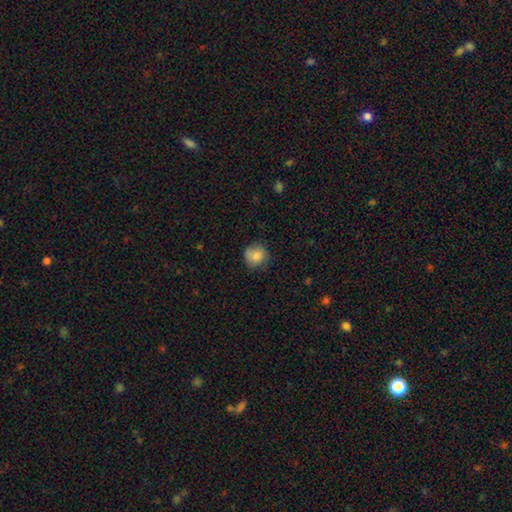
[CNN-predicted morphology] Smooth or featured?
  - smooth: 82% *
  - featured or disk: 10%
  - star or artifact: 8%
How rounded?
  - round: 87% *
  - in between: 12%
  - cigar-shaped: 1%
Merging?
  - none: 77% *
  - minor disturbance: 17%
  - major disturbance: 4%
  - merger: 1%